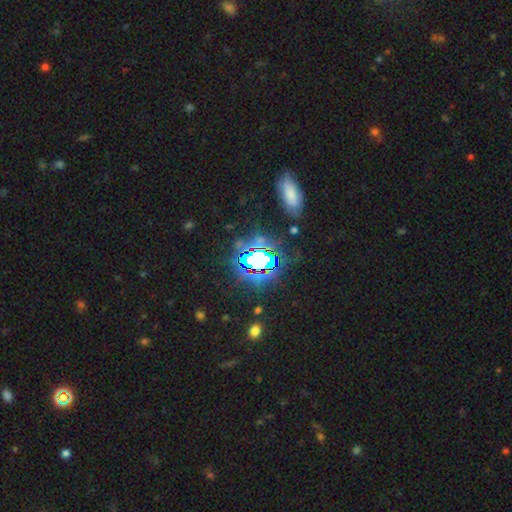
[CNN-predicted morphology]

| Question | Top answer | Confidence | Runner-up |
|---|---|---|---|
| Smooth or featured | star or artifact | 75% | smooth (16%) |